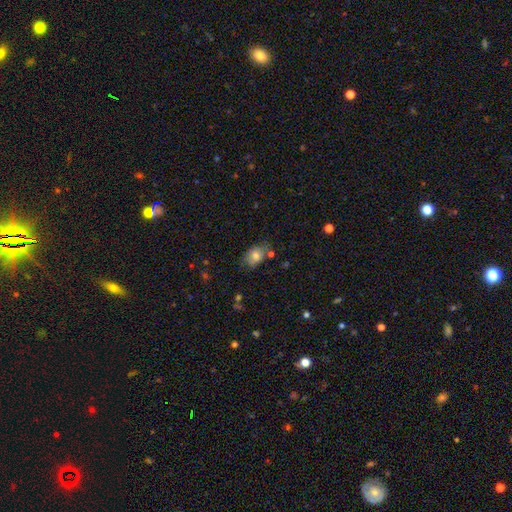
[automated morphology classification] Smooth or featured: smooth — 73% (featured or disk — 17%)
How rounded: in between — 76% (round — 23%)
Merging: none — 66% (minor disturbance — 23%)